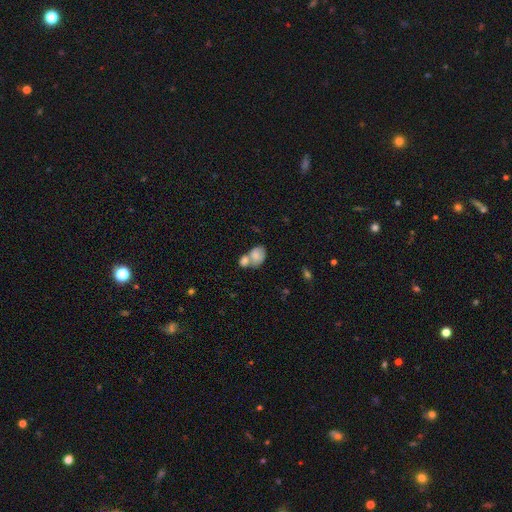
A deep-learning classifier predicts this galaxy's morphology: Smooth or featured?
  - smooth: 78% *
  - featured or disk: 14%
  - star or artifact: 8%
How rounded?
  - in between: 66% *
  - round: 32%
  - cigar-shaped: 1%
Merging?
  - merger: 62% *
  - none: 24%
  - minor disturbance: 9%
  - major disturbance: 4%